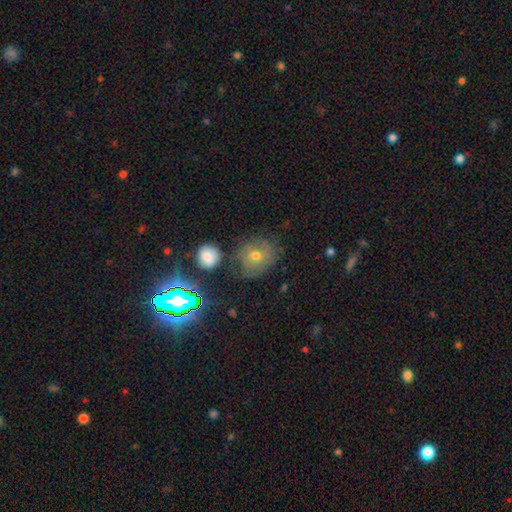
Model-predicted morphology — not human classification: Smooth or featured: smooth — 42% (featured or disk — 30%)
Merging: none — 69% (minor disturbance — 19%)